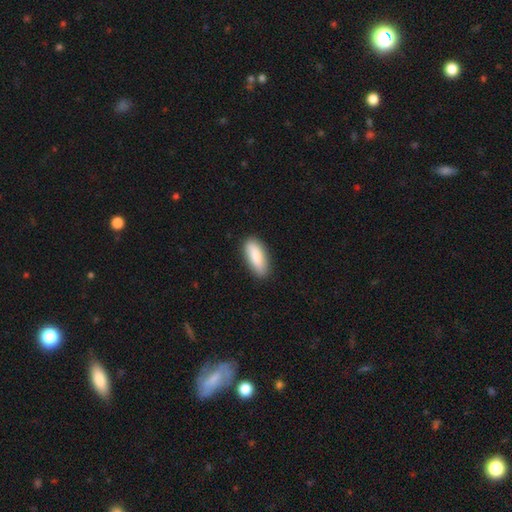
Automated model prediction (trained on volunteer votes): Q: Smooth or featured?
A: smooth (86%); runner-up: featured or disk (9%)
Q: How rounded?
A: in between (72%); runner-up: cigar-shaped (26%)
Q: Merging?
A: none (86%); runner-up: minor disturbance (11%)